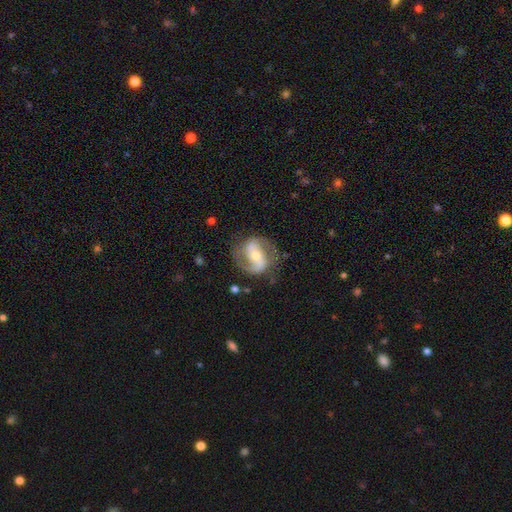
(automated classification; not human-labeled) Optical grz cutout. It shows a featured or disk galaxy (83%) with a strong bar (38%), 2 (87%) medium (49%) spiral arms (92%) and a moderate central bulge (52%). Merging: none (73%).